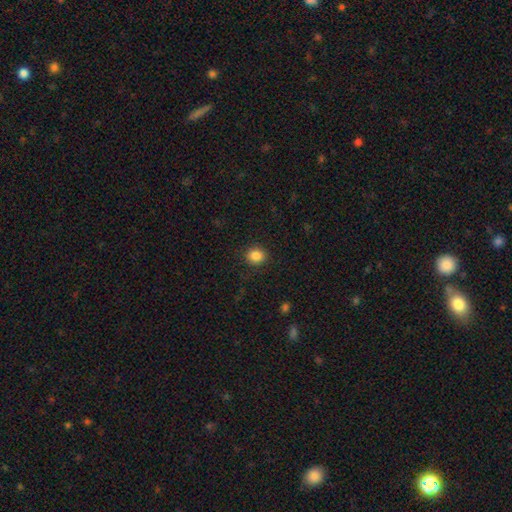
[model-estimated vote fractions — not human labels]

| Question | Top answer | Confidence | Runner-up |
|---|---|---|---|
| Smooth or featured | smooth | 86% | star or artifact (10%) |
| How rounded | round | 79% | in between (20%) |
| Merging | none | 90% | minor disturbance (7%) |